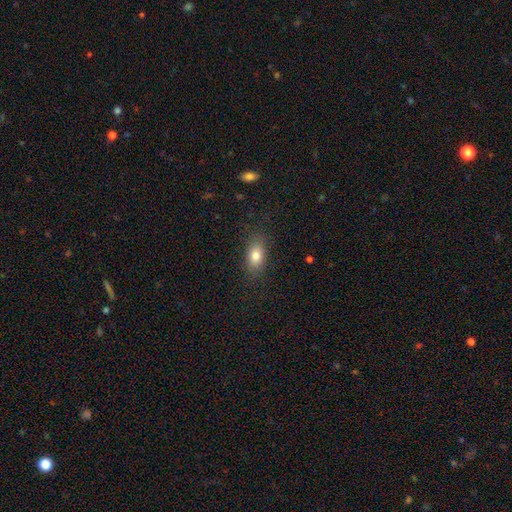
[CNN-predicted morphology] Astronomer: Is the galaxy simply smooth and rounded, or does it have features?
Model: smooth — 80%.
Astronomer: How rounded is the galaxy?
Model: in between — 84%.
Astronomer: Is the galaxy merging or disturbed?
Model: none — 83%.